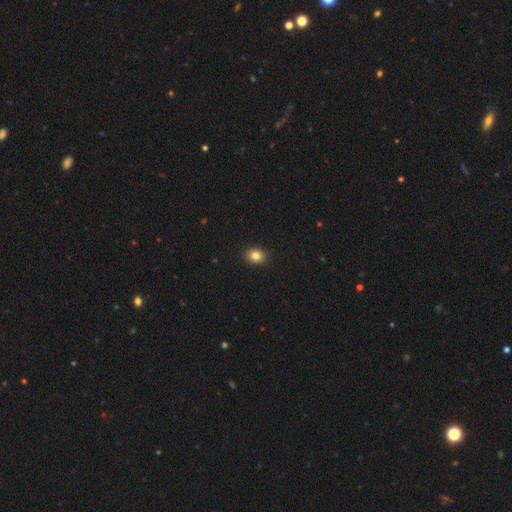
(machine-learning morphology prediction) type=smooth (84%); roundness=round (50%); merging=none (92%).